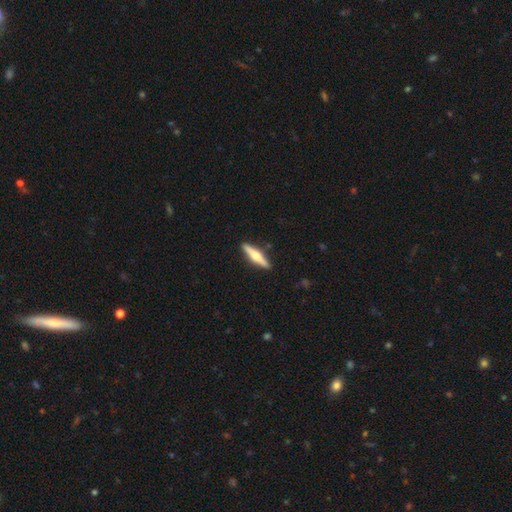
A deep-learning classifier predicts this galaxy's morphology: Q: Smooth or featured?
A: featured or disk (64%); runner-up: smooth (32%)
Q: Edge-on disk?
A: yes (97%); runner-up: no (3%)
Q: Edge-on bulge?
A: rounded (92%); runner-up: boxy (5%)
Q: Merging?
A: none (91%); runner-up: minor disturbance (7%)